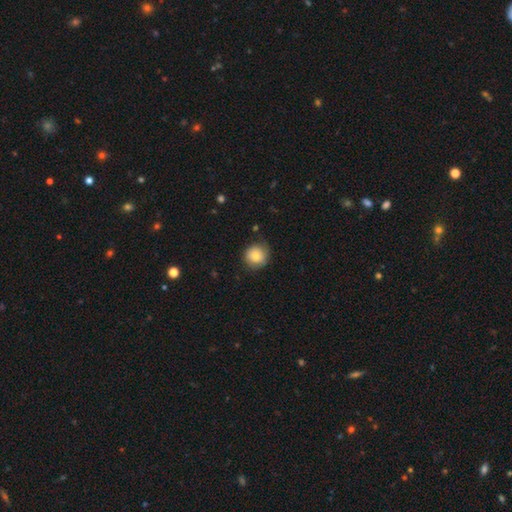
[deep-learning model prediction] Smooth or featured? Predicted: smooth (p=0.82). How rounded? Predicted: round (p=0.91). Merging? Predicted: none (p=0.78).